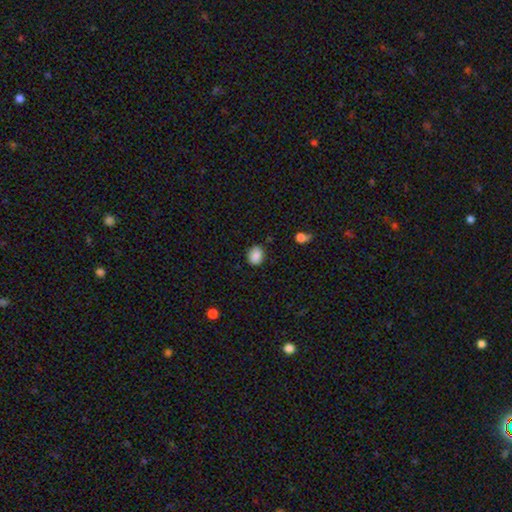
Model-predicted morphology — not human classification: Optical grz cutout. It shows a smooth galaxy with no disk features (88%) that is round (57%). Merging: none (85%).